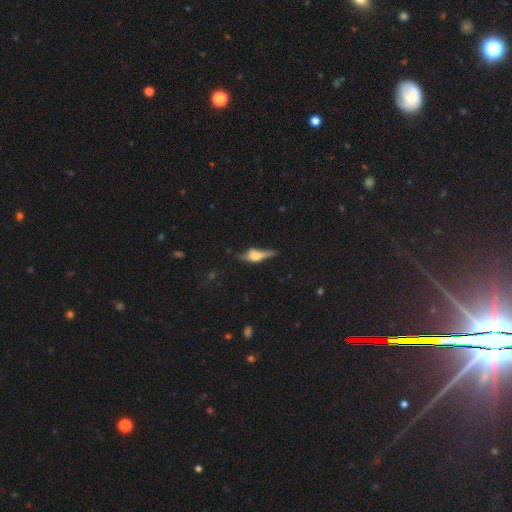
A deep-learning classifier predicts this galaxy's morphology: smooth-or-featured: featured or disk: 51% | smooth: 40% | star or artifact: 9%
  disk-edge-on: yes: 88% | no: 12%
  merging: none: 54% | minor disturbance: 26% | major disturbance: 14% | merger: 6%